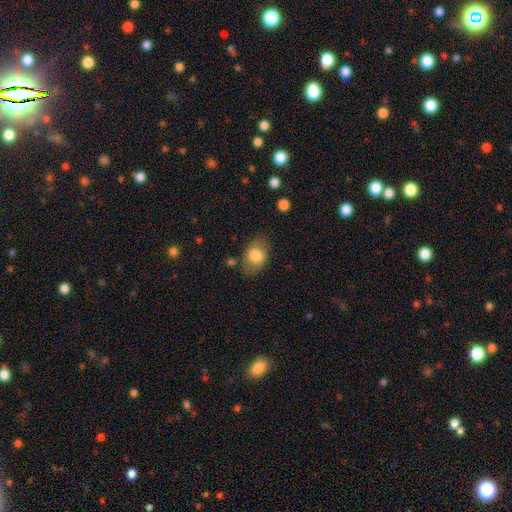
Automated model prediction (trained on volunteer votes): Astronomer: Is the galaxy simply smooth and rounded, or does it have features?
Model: smooth — 77%.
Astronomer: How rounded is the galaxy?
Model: in between — 80%.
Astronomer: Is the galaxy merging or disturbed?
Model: none — 74%.